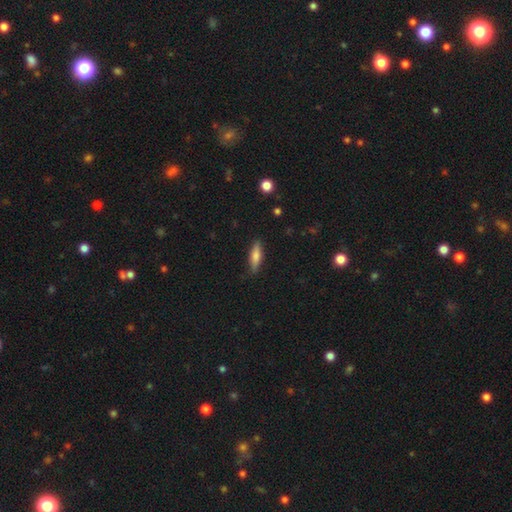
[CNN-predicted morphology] The model was most divided on "how rounded": cigar-shaped: 59%, in between: 38%, round: 2%. More confident: merging — none (84%); smooth or featured — smooth (70%).